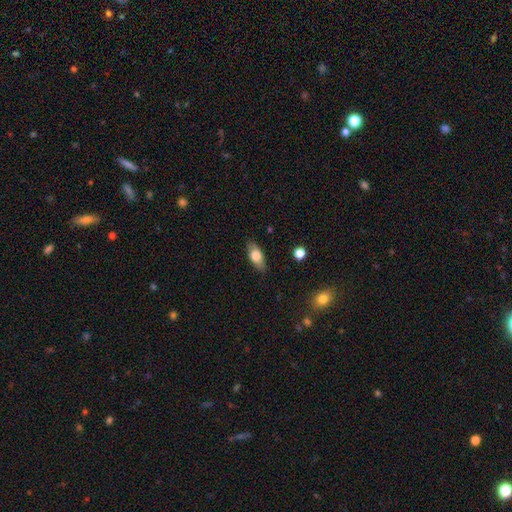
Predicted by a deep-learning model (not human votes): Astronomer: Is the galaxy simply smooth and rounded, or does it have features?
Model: smooth — 73%.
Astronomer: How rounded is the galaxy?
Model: in between — 83%.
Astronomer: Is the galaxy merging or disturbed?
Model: none — 85%.